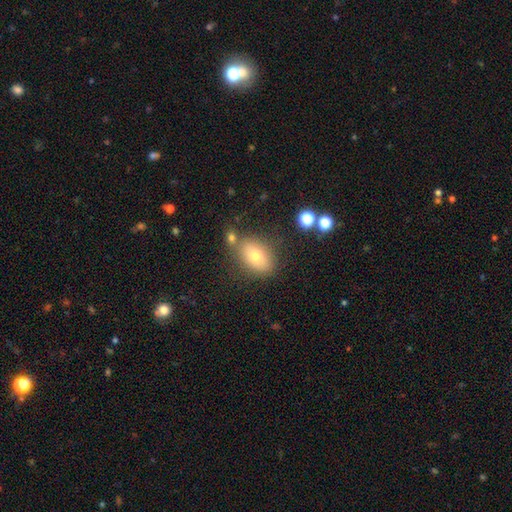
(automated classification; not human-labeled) Smooth or featured? smooth (70%)
How rounded? in between (80%)
Merging? none (70%)